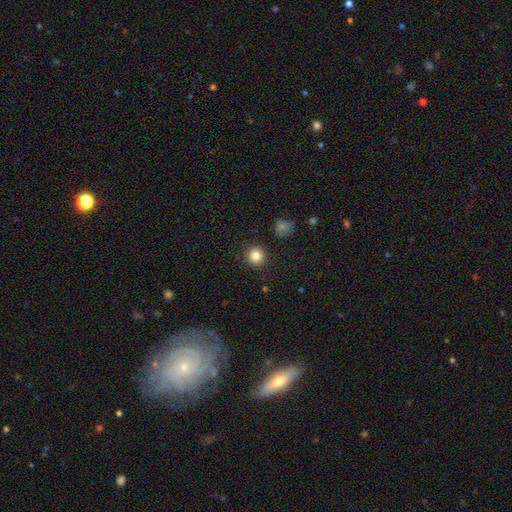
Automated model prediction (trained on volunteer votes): Smooth or featured: smooth — 84% (star or artifact — 11%)
How rounded: round — 94% (in between — 5%)
Merging: none — 92% (minor disturbance — 5%)